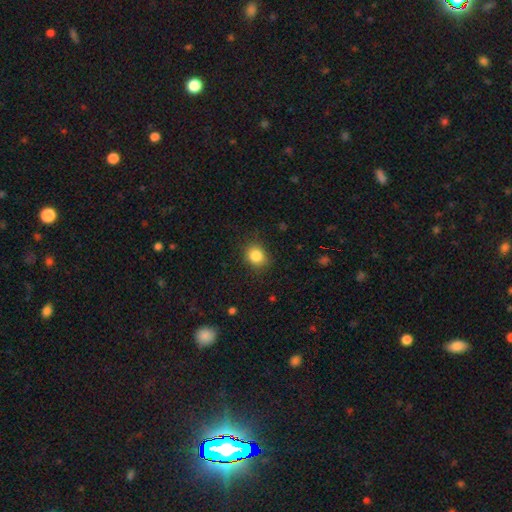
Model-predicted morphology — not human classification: Smooth or featured: smooth — 84% (star or artifact — 10%)
How rounded: round — 66% (in between — 33%)
Merging: none — 83% (minor disturbance — 13%)